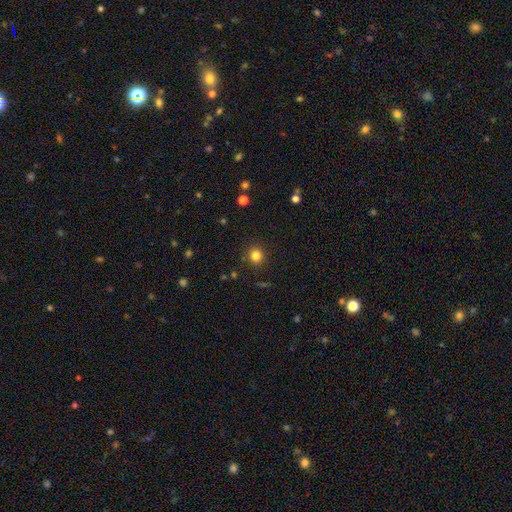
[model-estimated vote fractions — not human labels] A smooth galaxy with no disk features (82%) that is round (92%). Merging: none (89%).